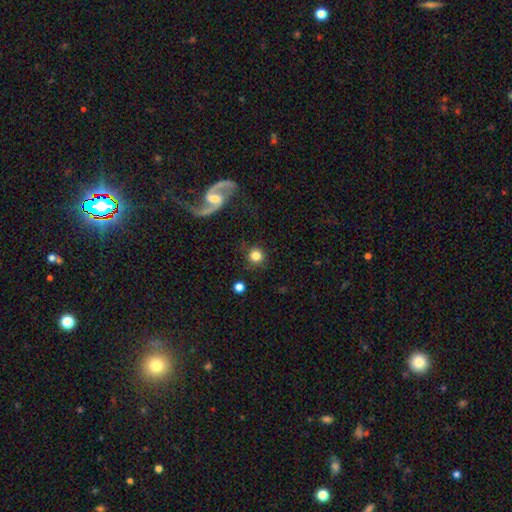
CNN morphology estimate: Smooth or featured: smooth — 77% (featured or disk — 13%)
How rounded: round — 93% (in between — 6%)
Merging: none — 82% (minor disturbance — 10%)